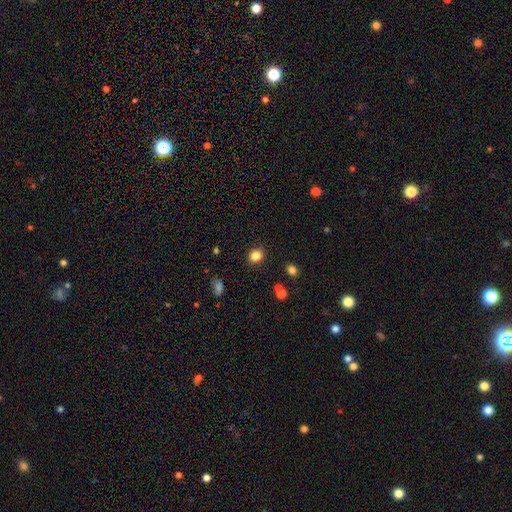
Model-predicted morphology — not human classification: smooth 83%, star or artifact 12%, featured or disk 5%. Down the decision tree: how rounded — round (60%); merging — none (87%).